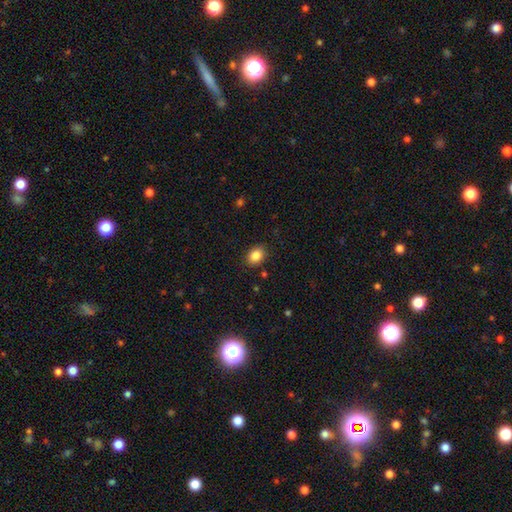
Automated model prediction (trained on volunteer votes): A smooth galaxy with no disk features (85%) that is in between round and cigar-shaped (60%). Merging: none (87%).